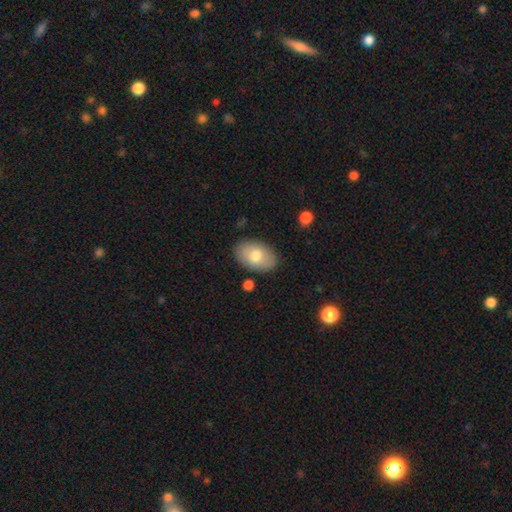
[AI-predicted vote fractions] A smooth galaxy with no disk features (74%) that is in between round and cigar-shaped (90%). Merging: none (85%).